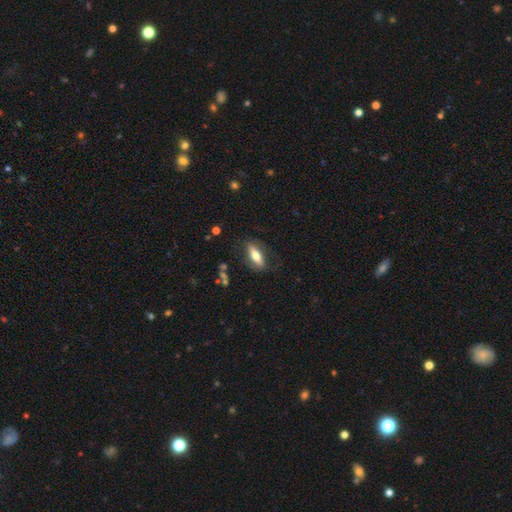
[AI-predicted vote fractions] Smooth or featured: smooth — 62% (featured or disk — 32%)
How rounded: in between — 60% (cigar-shaped — 36%)
Merging: none — 78% (minor disturbance — 14%)